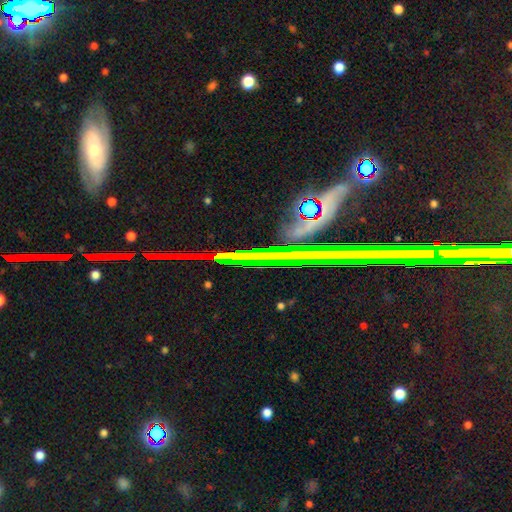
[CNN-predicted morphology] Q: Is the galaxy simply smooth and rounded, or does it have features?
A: star or artifact — 68%.